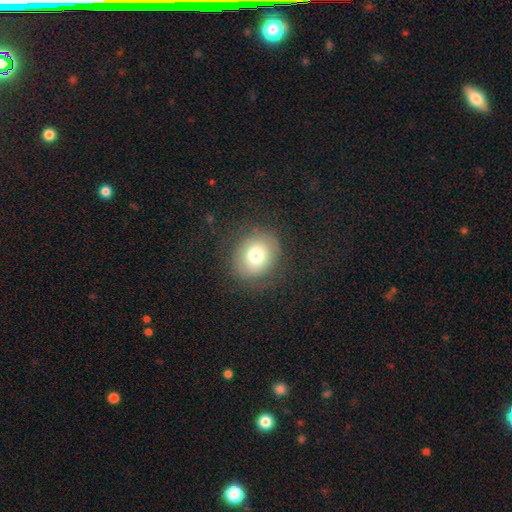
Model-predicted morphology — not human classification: Smooth or featured: smooth — 74% (featured or disk — 15%)
How rounded: round — 69% (in between — 30%)
Merging: none — 83% (minor disturbance — 11%)